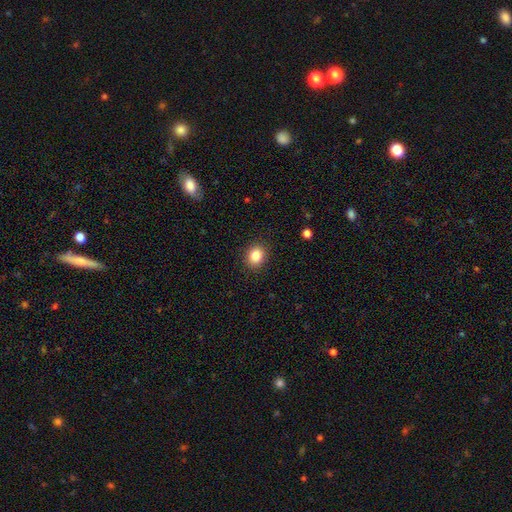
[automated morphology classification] This is clearly a smooth galaxy (84%). How rounded: likely round (61%). Merging: clearly none (90%).